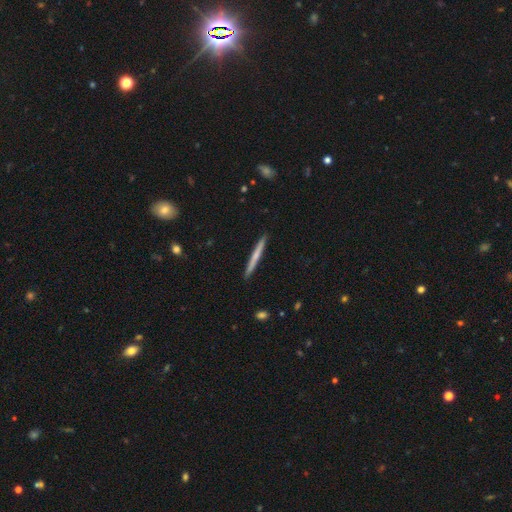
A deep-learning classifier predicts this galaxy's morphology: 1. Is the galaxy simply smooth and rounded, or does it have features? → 54% smooth, 40% featured or disk, 6% star or artifact.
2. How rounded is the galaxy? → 97% cigar-shaped, 2% in between, 1% round.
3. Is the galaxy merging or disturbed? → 92% none, 6% minor disturbance, 1% major disturbance, 1% merger.